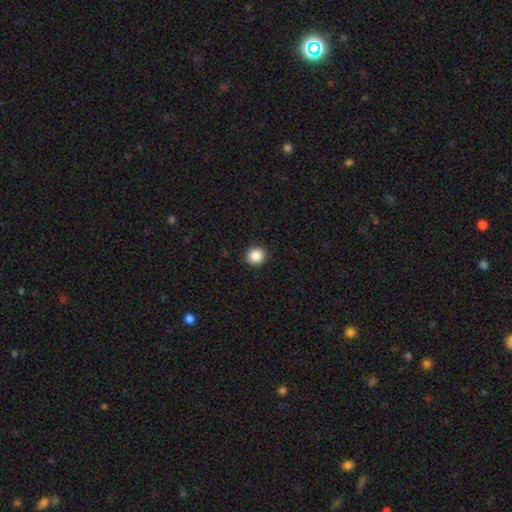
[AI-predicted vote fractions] Smooth or featured?
  - smooth: 88% *
  - star or artifact: 9%
  - featured or disk: 3%
How rounded?
  - round: 91% *
  - in between: 9%
  - cigar-shaped: 1%
Merging?
  - none: 92% *
  - minor disturbance: 5%
  - major disturbance: 2%
  - merger: 1%